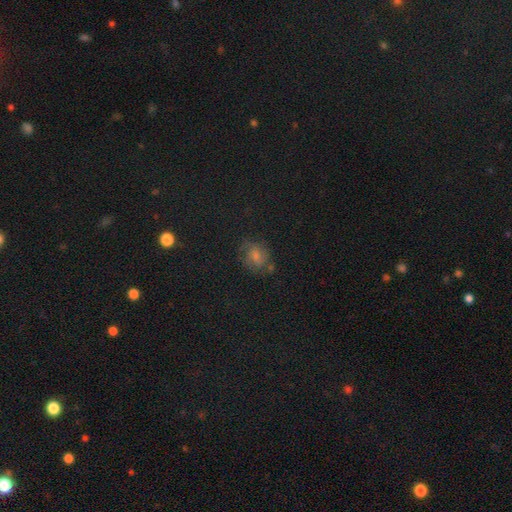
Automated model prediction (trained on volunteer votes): This is possibly a smooth galaxy (46%). Merging: possibly none (58%).